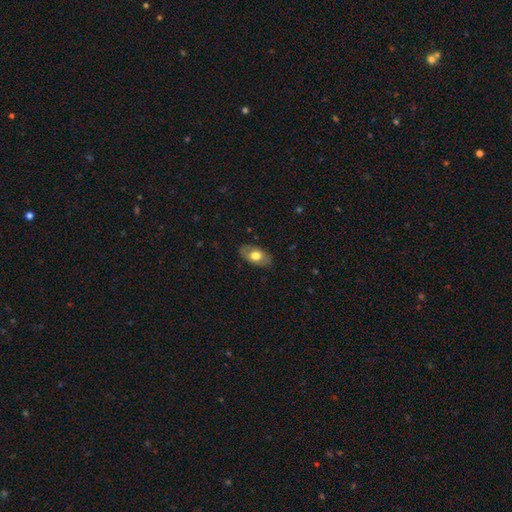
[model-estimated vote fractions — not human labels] The model was most divided on "smooth or featured": smooth: 63%, featured or disk: 31%, star or artifact: 6%. More confident: how rounded — in between (91%); merging — none (82%).